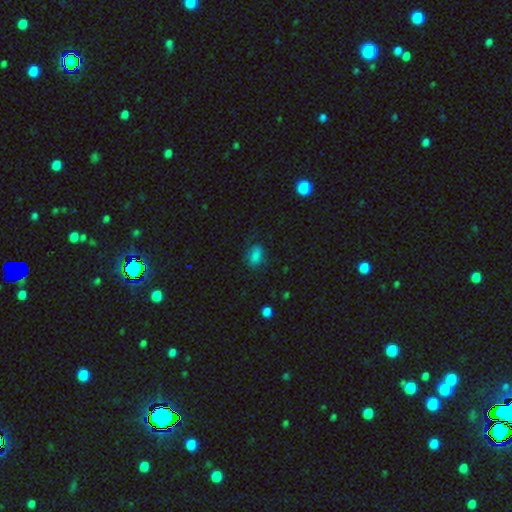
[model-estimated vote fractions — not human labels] Q: Smooth or featured?
A: smooth (81%); runner-up: star or artifact (12%)
Q: How rounded?
A: in between (79%); runner-up: round (19%)
Q: Merging?
A: none (69%); runner-up: minor disturbance (21%)